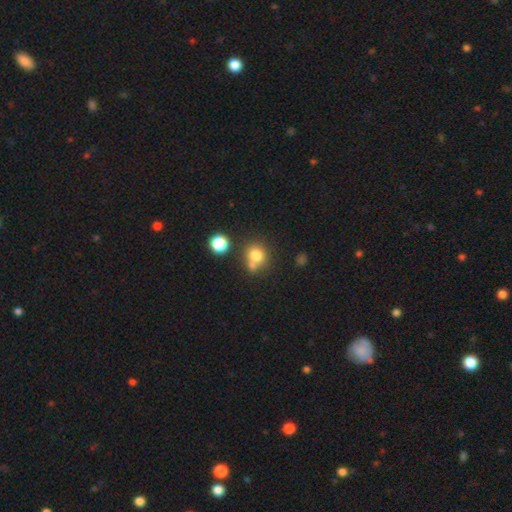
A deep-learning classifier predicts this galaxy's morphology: smooth-or-featured: smooth: 77% | star or artifact: 13% | featured or disk: 11%
  how-rounded: round: 78% | in between: 21% | cigar-shaped: 1%
  merging: none: 49% | merger: 34% | minor disturbance: 12% | major disturbance: 5%